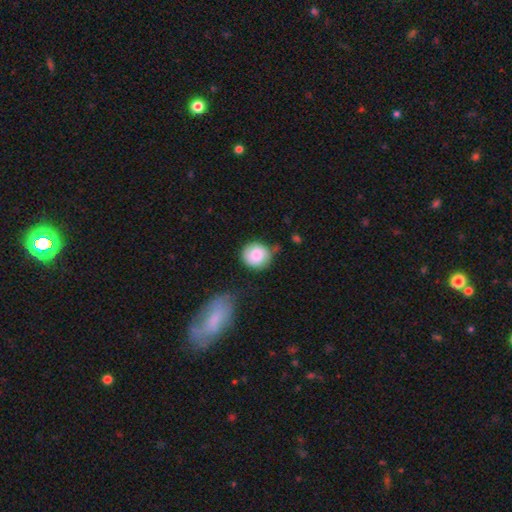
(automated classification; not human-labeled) smooth 74%, featured or disk 18%, star or artifact 7%. Down the decision tree: how rounded — round (88%); merging — none (68%).